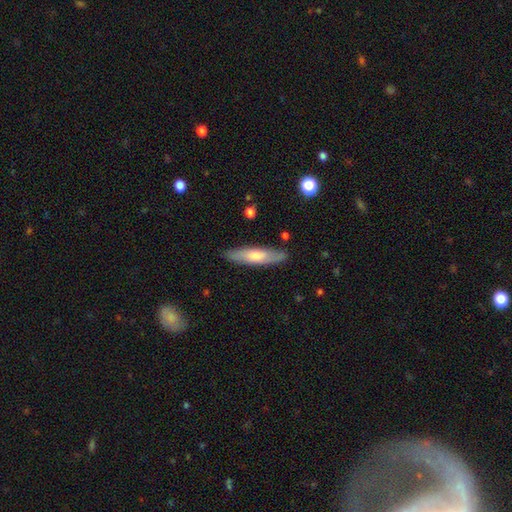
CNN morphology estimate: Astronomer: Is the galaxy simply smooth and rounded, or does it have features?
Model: smooth — 55% (runner-up: featured or disk, 39%).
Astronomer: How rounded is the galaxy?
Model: cigar-shaped — 77%.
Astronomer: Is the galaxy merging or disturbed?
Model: none — 85%.